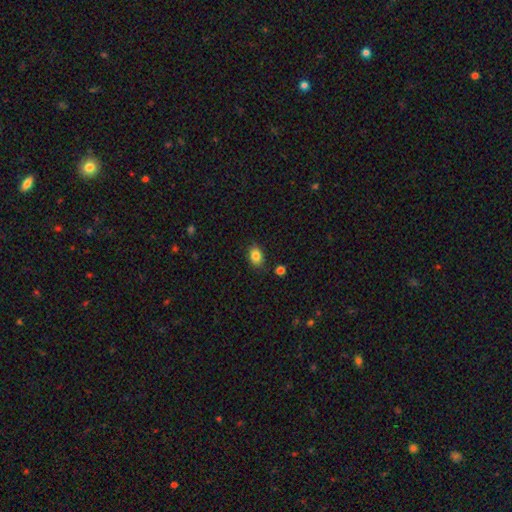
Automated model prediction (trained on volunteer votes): Smooth or featured? smooth (84%)
How rounded? in between (75%)
Merging? none (84%)